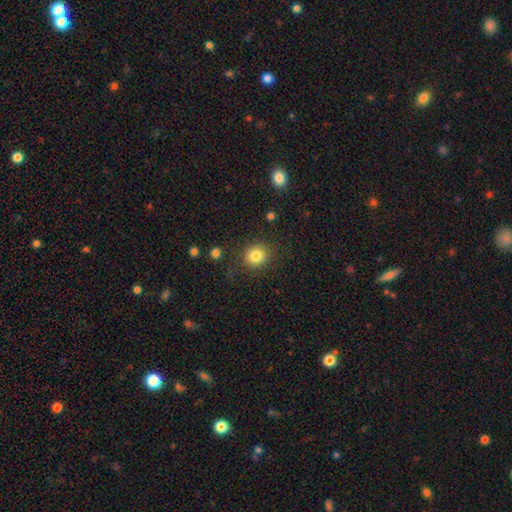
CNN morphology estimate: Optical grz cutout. It shows a smooth galaxy with no disk features (83%) that is round (84%). Merging: none (84%).